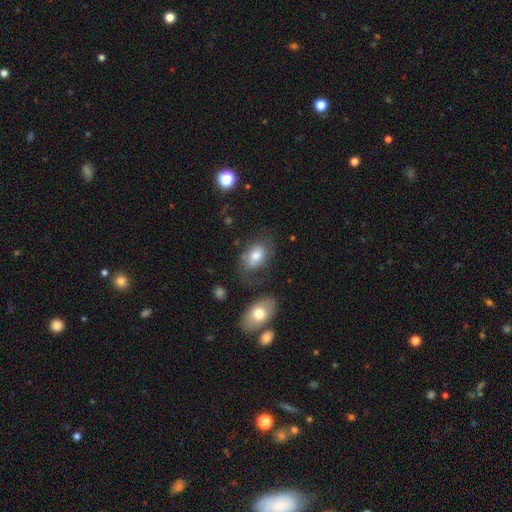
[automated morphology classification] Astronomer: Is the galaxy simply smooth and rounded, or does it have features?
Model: smooth — 67%.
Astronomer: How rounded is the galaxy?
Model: in between — 83%.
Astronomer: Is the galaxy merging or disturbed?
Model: none — 51%.